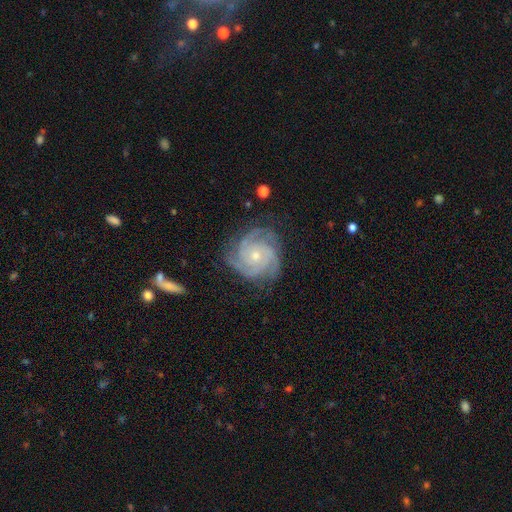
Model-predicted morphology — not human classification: A featured or disk galaxy (90%) with no bar (78%), 3 (46%) tight (71%) spiral arms (98%) and a small central bulge (63%). Merging: none (77%).